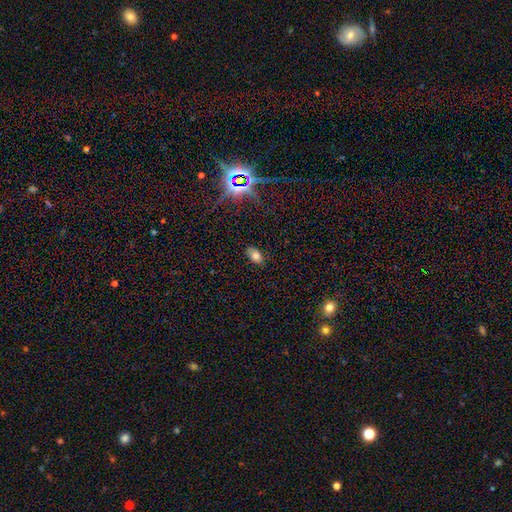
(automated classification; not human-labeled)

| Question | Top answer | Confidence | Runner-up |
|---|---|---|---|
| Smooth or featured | smooth | 75% | star or artifact (14%) |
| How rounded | in between | 90% | round (8%) |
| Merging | none | 83% | minor disturbance (12%) |